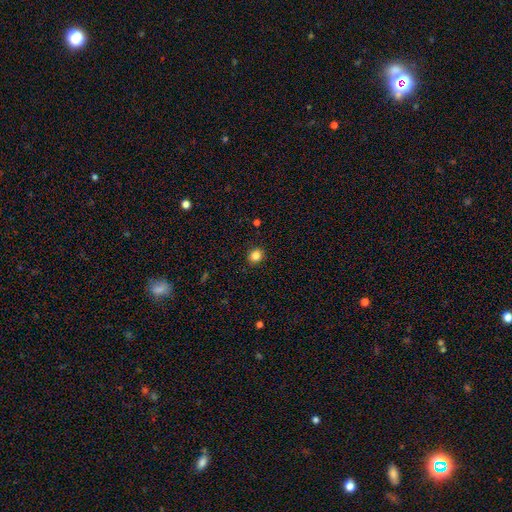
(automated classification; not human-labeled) This is clearly a smooth galaxy (84%). How rounded: likely round (79%). Merging: clearly none (91%).